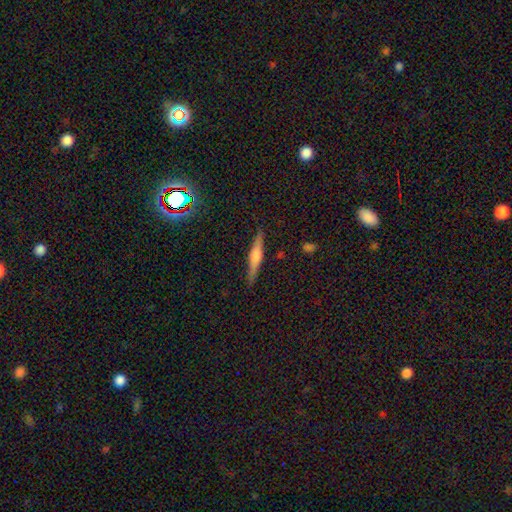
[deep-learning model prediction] Overall: featured or disk (59%; smooth 32%). Edge-on disk: yes (97%). Edge-on bulge: rounded (63%; boxy 26%). Merging: none (89%).